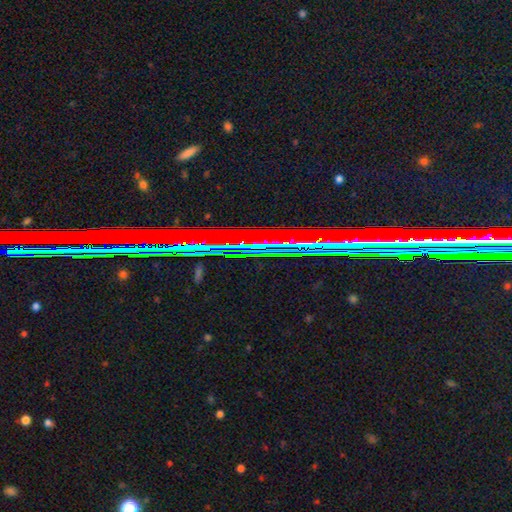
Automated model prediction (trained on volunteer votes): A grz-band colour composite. It shows a star or artifact, not a galaxy (80%).